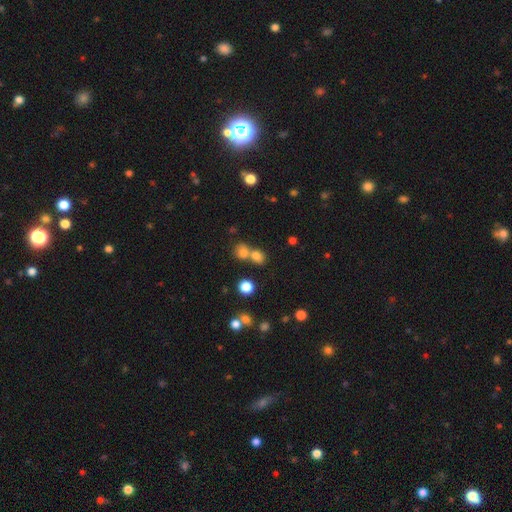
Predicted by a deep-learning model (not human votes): A smooth galaxy with no disk features (74%) that is round (70%).

Vote fractions:
- Smooth or featured? smooth: 74% / star or artifact: 17% / featured or disk: 9%
- How rounded? round: 70% / in between: 29% / cigar-shaped: 1%
- Merging? merger: 46% / none: 44% / minor disturbance: 6% / major disturbance: 3%